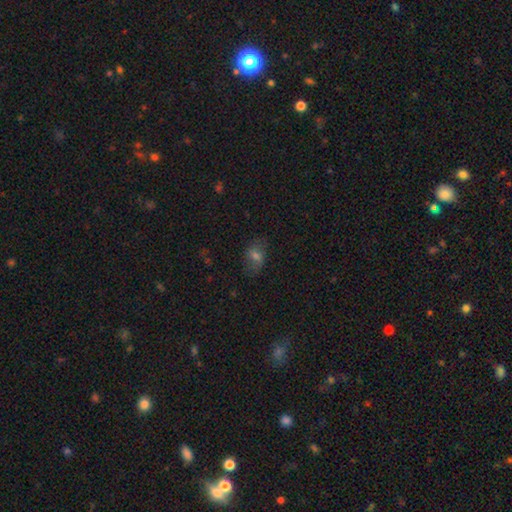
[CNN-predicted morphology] Smooth or featured: smooth — 58% (featured or disk — 24%)
How rounded: in between — 77% (round — 20%)
Merging: none — 71% (minor disturbance — 19%)